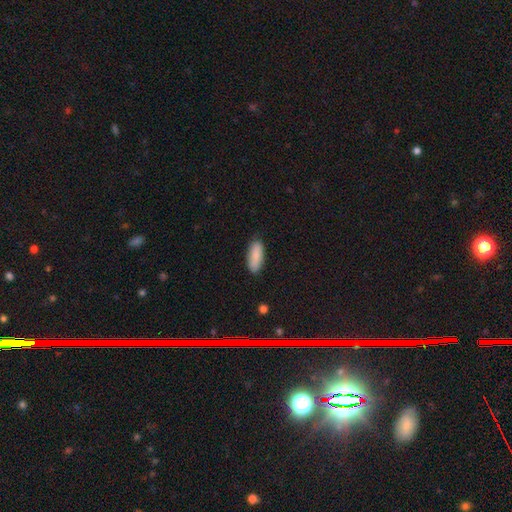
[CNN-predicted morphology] A smooth galaxy with no disk features (87%) that is in between round and cigar-shaped (74%).

Vote fractions:
- Smooth or featured? smooth: 87% / featured or disk: 7% / star or artifact: 6%
- How rounded? in between: 74% / cigar-shaped: 24% / round: 2%
- Merging? none: 85% / minor disturbance: 11% / major disturbance: 2% / merger: 1%